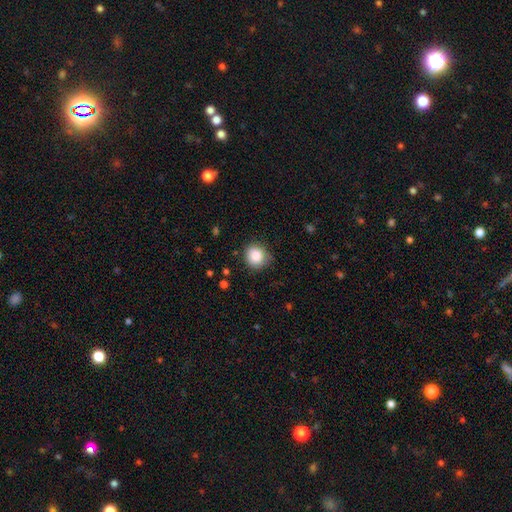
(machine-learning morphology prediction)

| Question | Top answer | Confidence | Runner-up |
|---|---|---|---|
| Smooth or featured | smooth | 86% | star or artifact (9%) |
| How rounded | round | 88% | in between (11%) |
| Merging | none | 80% | minor disturbance (15%) |